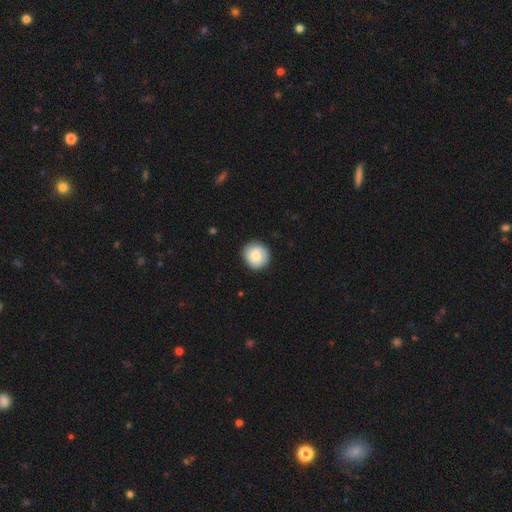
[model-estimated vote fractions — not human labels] The model was most divided on "smooth or featured": smooth: 72%, featured or disk: 21%, star or artifact: 7%. More confident: how rounded — round (92%); merging — none (87%).